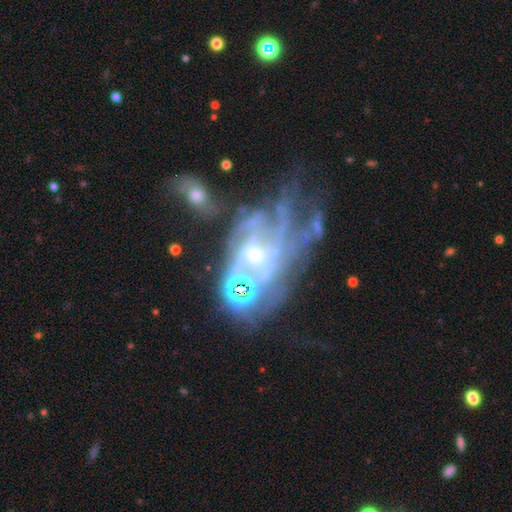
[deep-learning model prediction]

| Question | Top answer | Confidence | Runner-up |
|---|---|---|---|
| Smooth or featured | featured or disk | 78% | star or artifact (14%) |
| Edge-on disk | no | 96% | yes (4%) |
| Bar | no | 71% | weak (22%) |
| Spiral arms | yes | 74% | no (26%) |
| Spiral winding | tight | 40% | medium (36%) |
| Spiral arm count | can't tell | 46% | 3 (14%) |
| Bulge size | small | 63% | moderate (25%) |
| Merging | major disturbance | 37% | none (25%) |